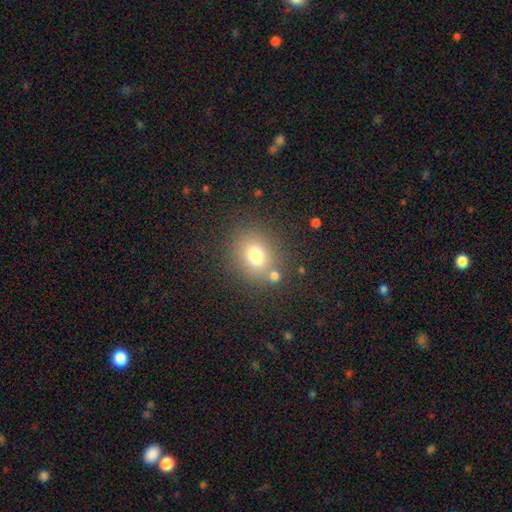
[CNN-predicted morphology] A smooth galaxy with no disk features (75%) that is round (69%). Merging: none (74%).